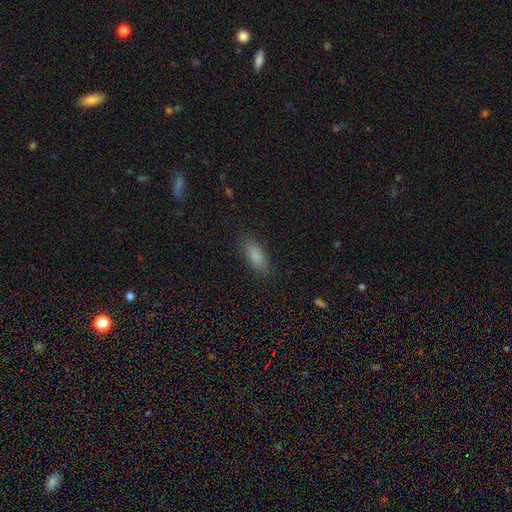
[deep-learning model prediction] Smooth or featured? smooth (86%)
How rounded? in between (82%)
Merging? none (84%)